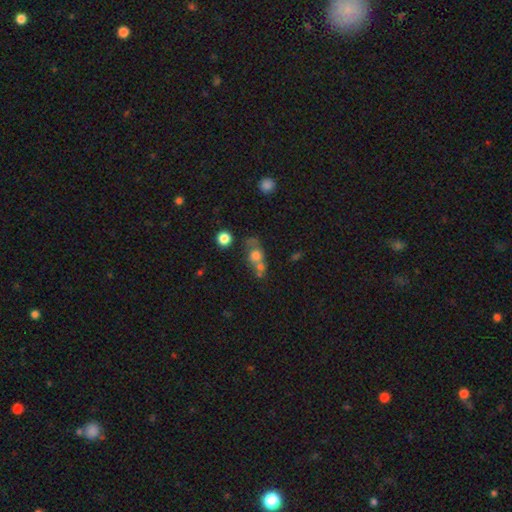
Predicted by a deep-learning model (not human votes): This is likely a smooth galaxy (64%). How rounded: likely round (65%). Merging: marginally merger (42%).